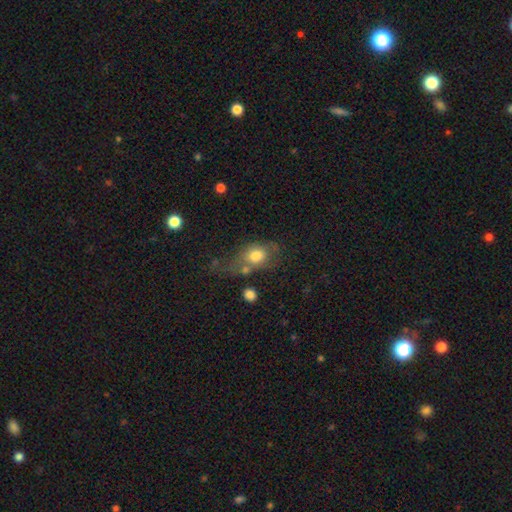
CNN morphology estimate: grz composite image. It shows a smooth galaxy with no disk features (71%) that is in between round and cigar-shaped (68%). Merging: none (35%).